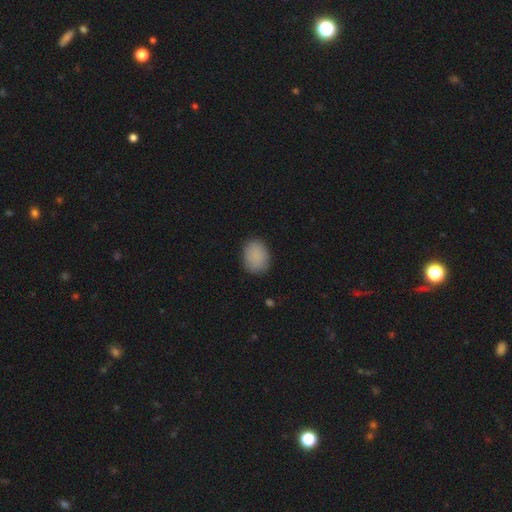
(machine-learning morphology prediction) type=smooth (88%); roundness=in between (63%); merging=none (84%).